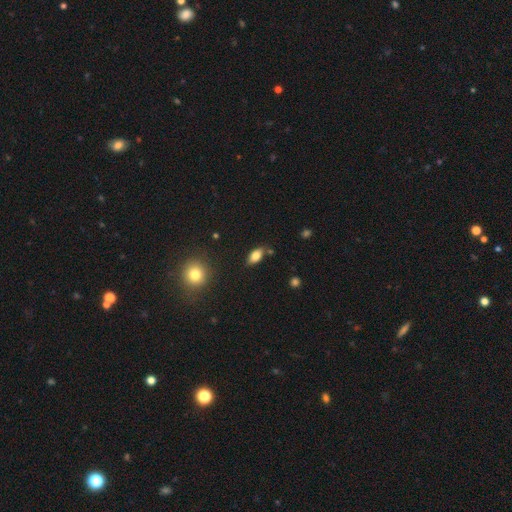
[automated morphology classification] Smooth or featured: smooth — 80% (featured or disk — 11%)
How rounded: in between — 89% (cigar-shaped — 6%)
Merging: none — 79% (minor disturbance — 14%)